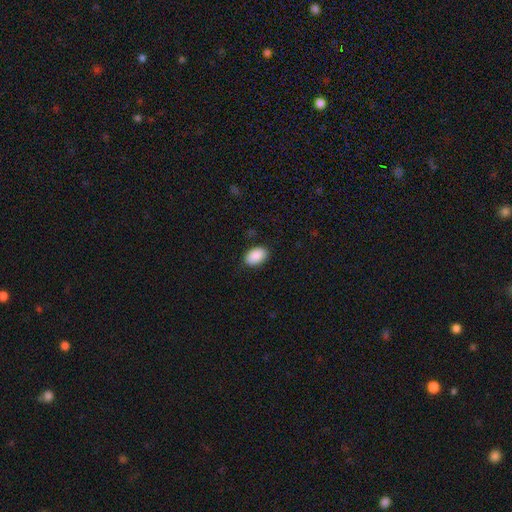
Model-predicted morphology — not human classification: Overall: smooth (91%). How rounded: in between (90%). Merging: none (87%).